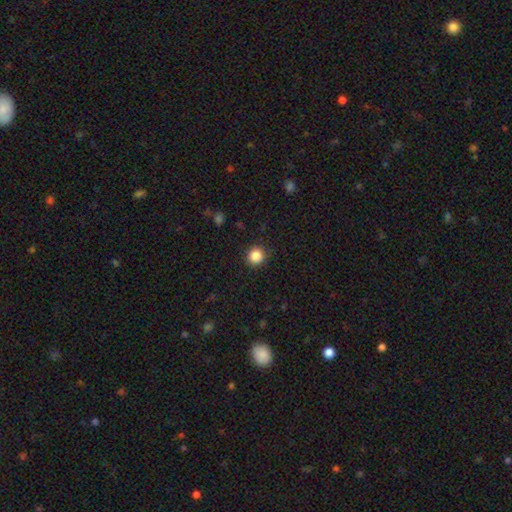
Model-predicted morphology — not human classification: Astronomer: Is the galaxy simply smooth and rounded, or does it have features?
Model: smooth — 86%.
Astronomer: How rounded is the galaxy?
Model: round — 92%.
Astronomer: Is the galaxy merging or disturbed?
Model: none — 91%.